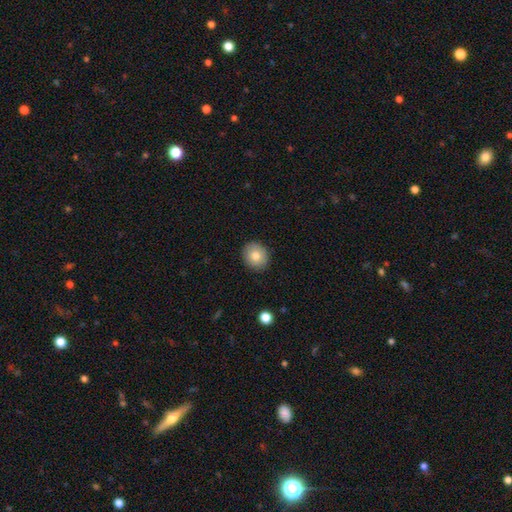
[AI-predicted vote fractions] Overall: smooth (80%). How rounded: round (80%). Merging: none (90%).